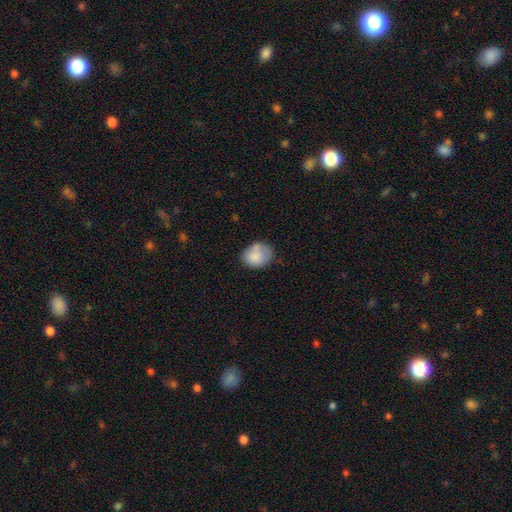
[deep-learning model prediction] This appears to be a smooth galaxy with no disk features (82%) that is in between round and cigar-shaped (54%). Merging: none (56%).